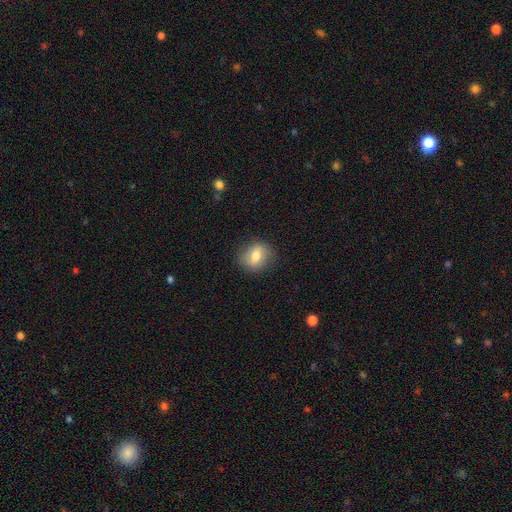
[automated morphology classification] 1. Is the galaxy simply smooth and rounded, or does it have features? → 69% smooth, 23% featured or disk, 9% star or artifact.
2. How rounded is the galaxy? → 58% round, 40% in between, 2% cigar-shaped.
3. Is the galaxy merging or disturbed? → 82% none, 13% minor disturbance, 4% major disturbance, 1% merger.